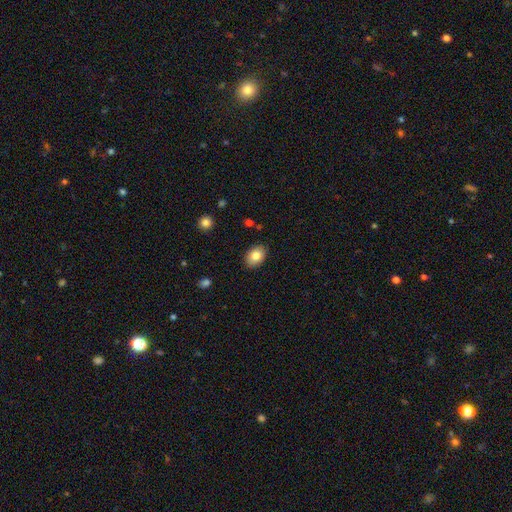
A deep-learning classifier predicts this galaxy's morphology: This is clearly a smooth galaxy (82%). How rounded: likely in between (78%). Merging: clearly none (88%).